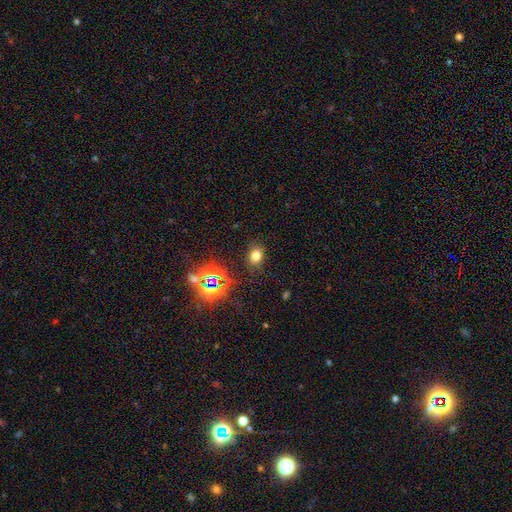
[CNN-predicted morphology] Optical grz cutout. It shows a smooth galaxy with no disk features (68%) that is in between round and cigar-shaped (60%). Merging: none (83%).